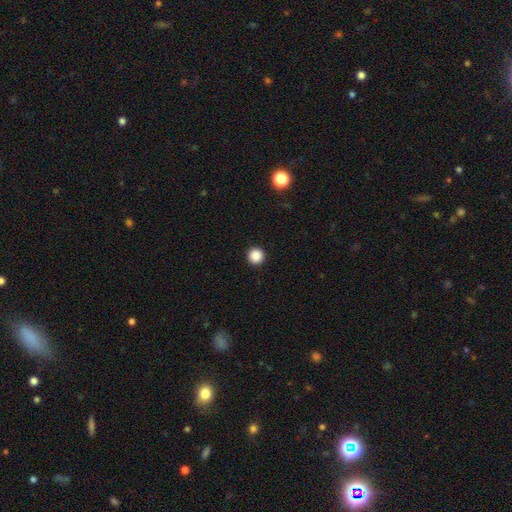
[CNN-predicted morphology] Smooth or featured? Predicted: smooth (p=0.88). How rounded? Predicted: round (p=0.97). Merging? Predicted: none (p=0.94).